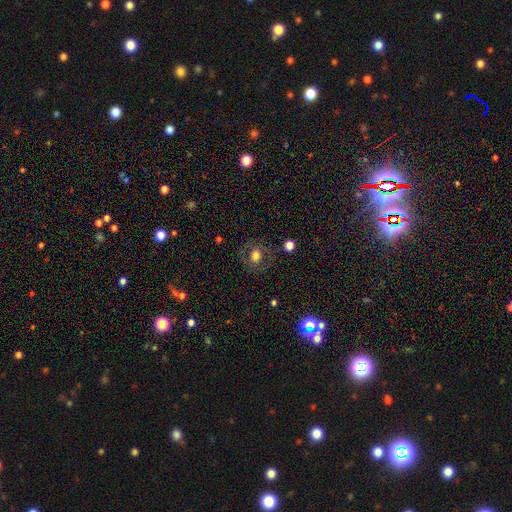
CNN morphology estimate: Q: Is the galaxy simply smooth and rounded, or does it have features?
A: smooth — 58%.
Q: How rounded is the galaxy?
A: round — 77%.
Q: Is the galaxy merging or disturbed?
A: none — 80%.